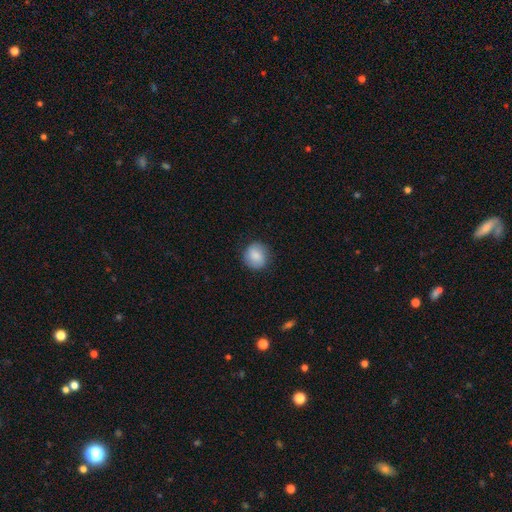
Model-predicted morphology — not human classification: Overall: smooth (82%). How rounded: round (87%). Merging: none (87%).